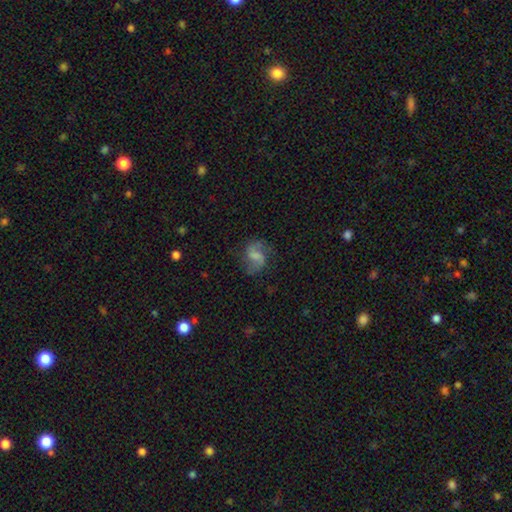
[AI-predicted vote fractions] A featured or disk galaxy (68%) with a weak bar (52%), 2 (89%) loose (51%) spiral arms (92%) and no central bulge (46%).

Vote fractions:
- Smooth or featured? featured or disk: 68% / smooth: 23% / star or artifact: 9%
- Edge-on disk? no: 98% / yes: 2%
- Bar? weak: 52% / no: 28% / strong: 20%
- Spiral arms? yes: 92% / no: 8%
- Spiral winding? loose: 51% / medium: 40% / tight: 9%
- Spiral arm count? 2: 89% / can't tell: 4% / 1: 4% / 3: 1% / 4: 1% / more than 4: 1%
- Bulge size? none: 46% / small: 23% / moderate: 21% / large: 9% / dominant: 2%
- Merging? none: 67% / minor disturbance: 18% / major disturbance: 13% / merger: 2%